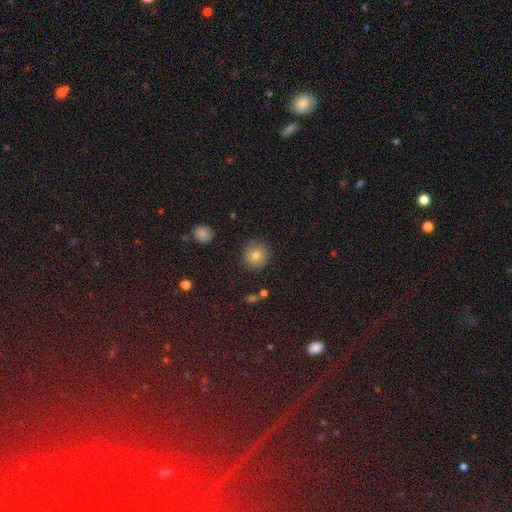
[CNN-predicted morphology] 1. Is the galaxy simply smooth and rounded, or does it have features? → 74% smooth, 13% star or artifact, 13% featured or disk.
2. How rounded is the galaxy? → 92% round, 7% in between, 1% cigar-shaped.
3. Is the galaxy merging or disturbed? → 83% none, 12% minor disturbance, 3% major disturbance, 2% merger.